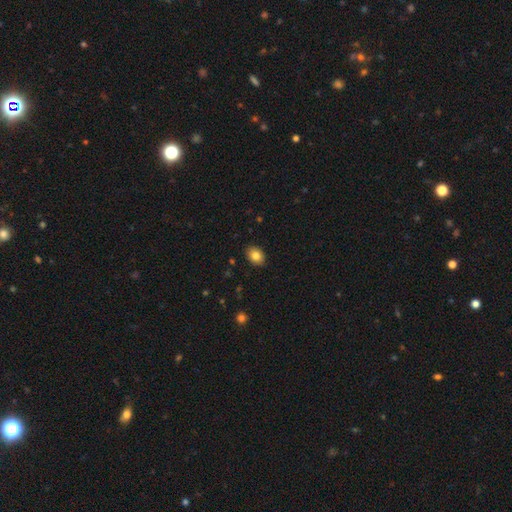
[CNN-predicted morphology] smooth_or_featured: smooth (p=0.83) [alt: star or artifact p=0.09]
how_rounded: in between (p=0.68) [alt: round p=0.31]
merging: none (p=0.90) [alt: minor disturbance p=0.07]